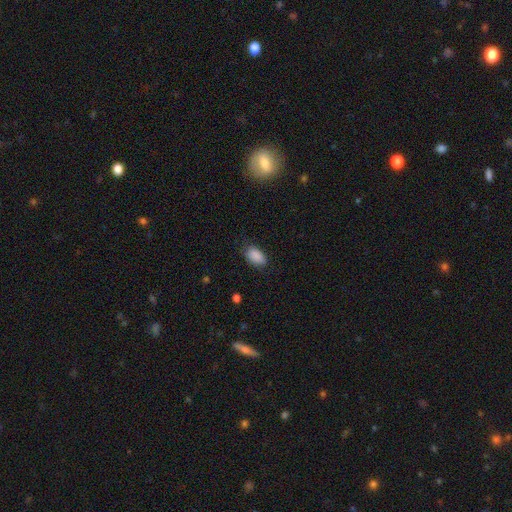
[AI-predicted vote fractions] This appears to be a smooth galaxy with no disk features (89%) that is in between round and cigar-shaped (92%). Merging: none (77%).